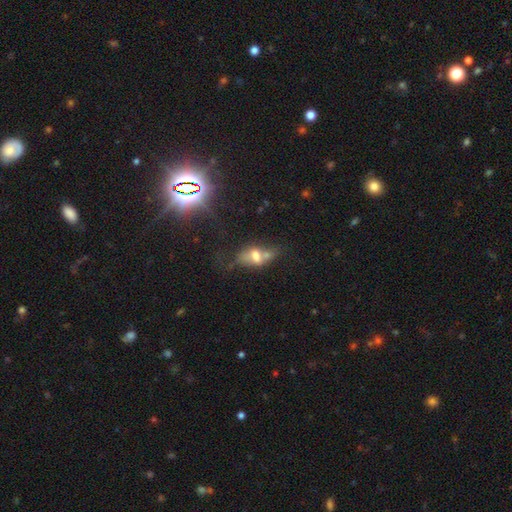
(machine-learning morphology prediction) Smooth or featured? smooth (51%)
How rounded? in between (75%)
Merging? merger (46%)